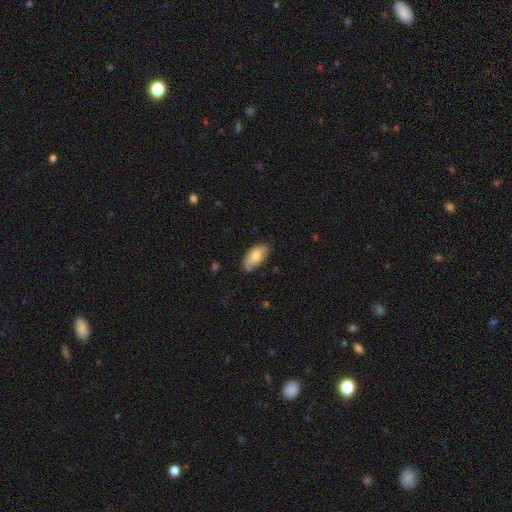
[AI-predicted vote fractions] smooth 76%, featured or disk 18%, star or artifact 7%. Down the decision tree: how rounded — in between (93%); merging — none (69%).